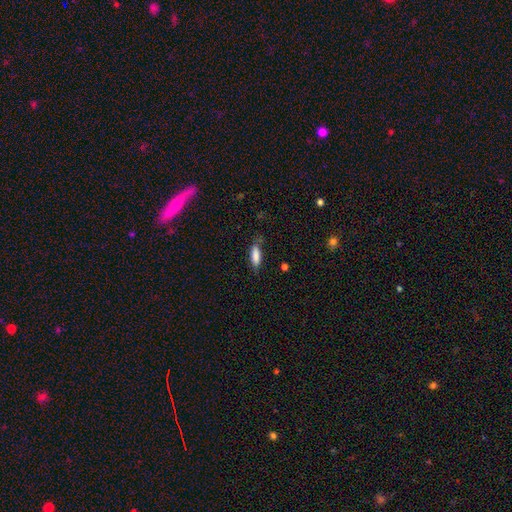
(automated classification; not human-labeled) This appears to be a smooth galaxy with no disk features (83%) that is in between round and cigar-shaped (53%). Merging: none (73%).